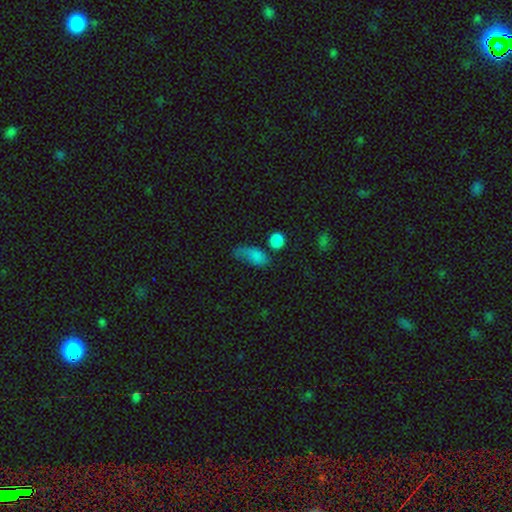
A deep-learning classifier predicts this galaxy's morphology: Smooth or featured?
  - smooth: 76% *
  - star or artifact: 12%
  - featured or disk: 12%
How rounded?
  - in between: 84% *
  - cigar-shaped: 8%
  - round: 8%
Merging?
  - none: 37% *
  - minor disturbance: 29%
  - major disturbance: 25%
  - merger: 9%